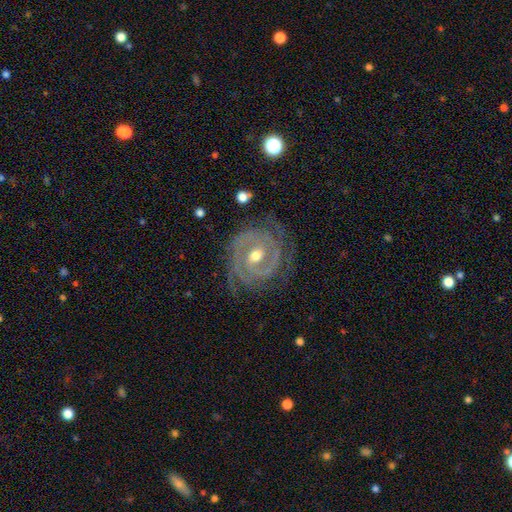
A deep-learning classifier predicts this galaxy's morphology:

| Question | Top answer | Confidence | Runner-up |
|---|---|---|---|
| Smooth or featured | featured or disk | 90% | smooth (6%) |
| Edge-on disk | no | 97% | yes (3%) |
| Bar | weak | 42% | no (39%) |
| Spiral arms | yes | 96% | no (4%) |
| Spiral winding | tight | 72% | medium (23%) |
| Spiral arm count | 2 | 38% | 3 (24%) |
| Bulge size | moderate | 69% | small (26%) |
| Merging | none | 71% | minor disturbance (19%) |